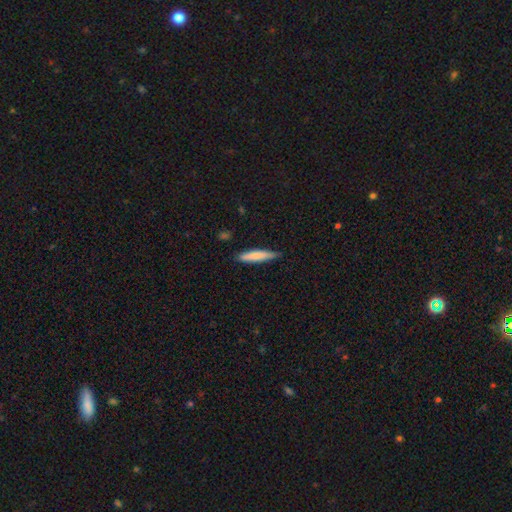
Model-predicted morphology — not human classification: smooth-or-featured: smooth: 76% | featured or disk: 18% | star or artifact: 6%
  how-rounded: cigar-shaped: 88% | in between: 11% | round: 1%
  merging: none: 79% | minor disturbance: 17% | major disturbance: 2% | merger: 1%